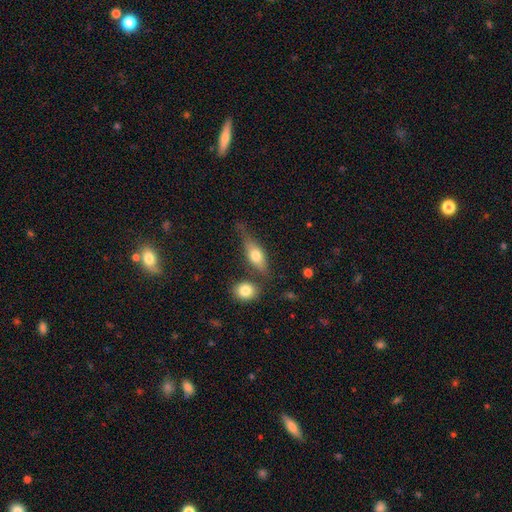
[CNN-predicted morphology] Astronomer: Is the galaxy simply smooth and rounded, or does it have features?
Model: smooth — 60%.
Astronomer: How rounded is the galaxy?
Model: in between — 66%.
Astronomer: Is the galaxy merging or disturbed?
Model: none — 51%.